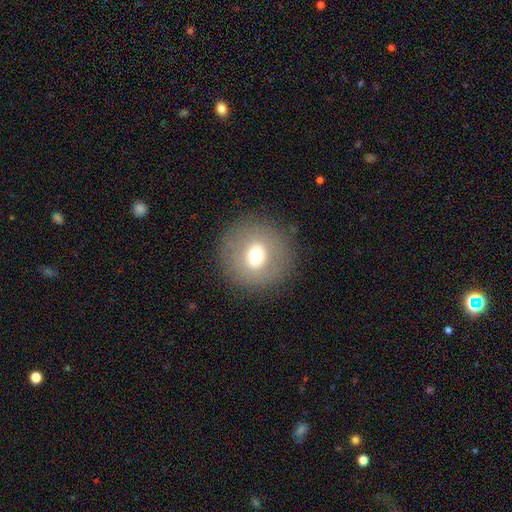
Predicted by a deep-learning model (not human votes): This appears to be a smooth galaxy with no disk features (64%) that is round (94%). Merging: none (88%).